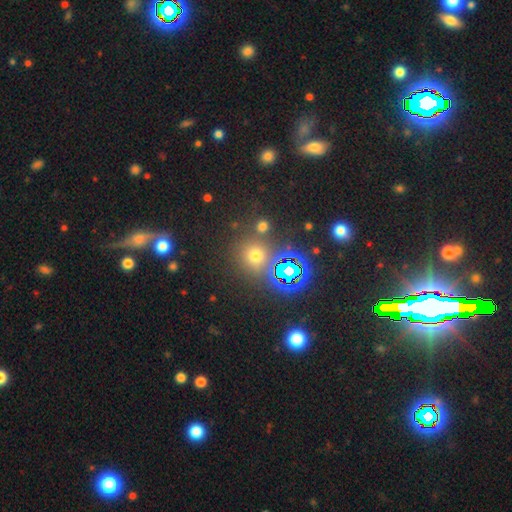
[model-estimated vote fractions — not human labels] smooth 56%, star or artifact 37%, featured or disk 8%. Down the decision tree: how rounded — round (89%); merging — none (77%).